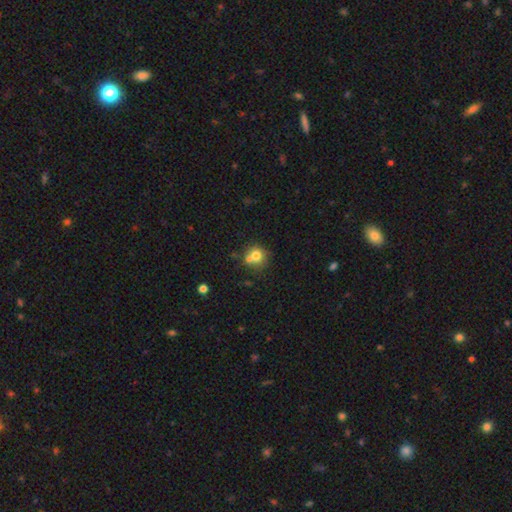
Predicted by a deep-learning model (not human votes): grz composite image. It shows a smooth galaxy with no disk features (73%) that is round (85%). Merging: none (52%).